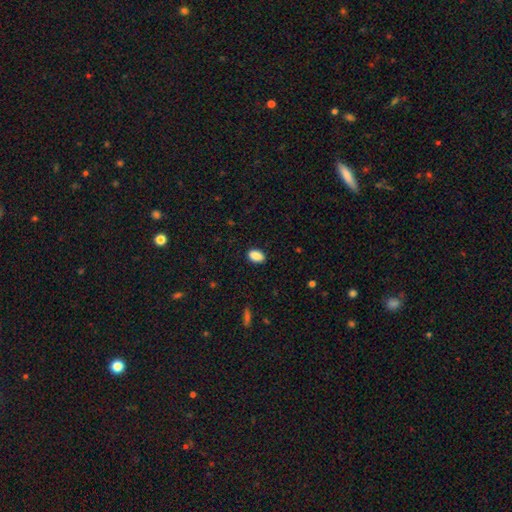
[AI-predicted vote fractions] Smooth or featured? Predicted: smooth (p=0.88). How rounded? Predicted: in between (p=0.90). Merging? Predicted: none (p=0.87).